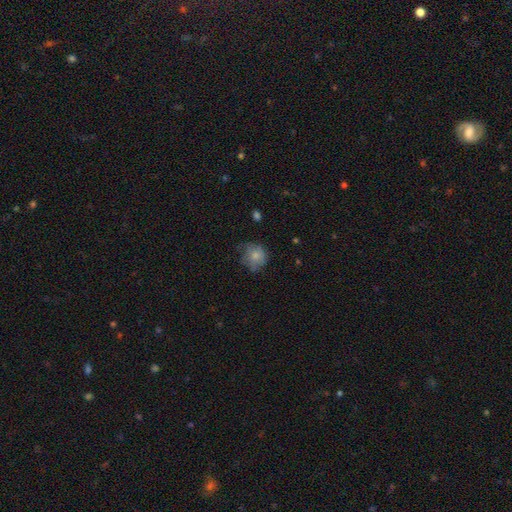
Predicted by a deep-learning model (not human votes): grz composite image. It shows a smooth galaxy with no disk features (72%) that is round (80%). Merging: none (58%).